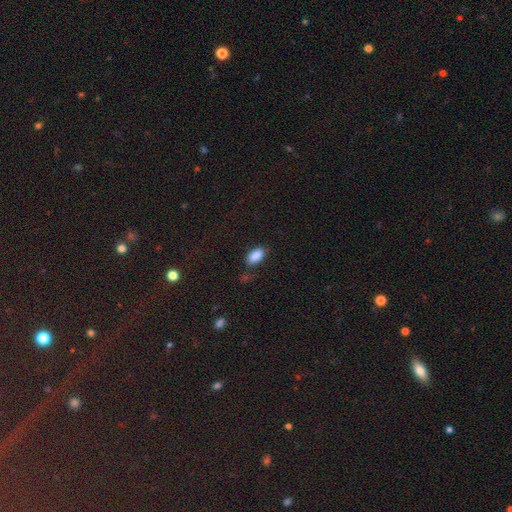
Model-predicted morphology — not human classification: Smooth or featured? smooth (87%)
How rounded? in between (92%)
Merging? none (75%)